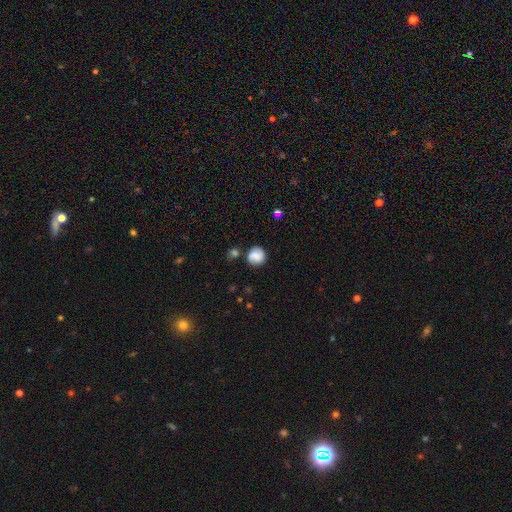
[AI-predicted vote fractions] Q: Smooth or featured?
A: smooth (67%); runner-up: featured or disk (23%)
Q: How rounded?
A: round (88%); runner-up: in between (11%)
Q: Merging?
A: none (71%); runner-up: minor disturbance (16%)